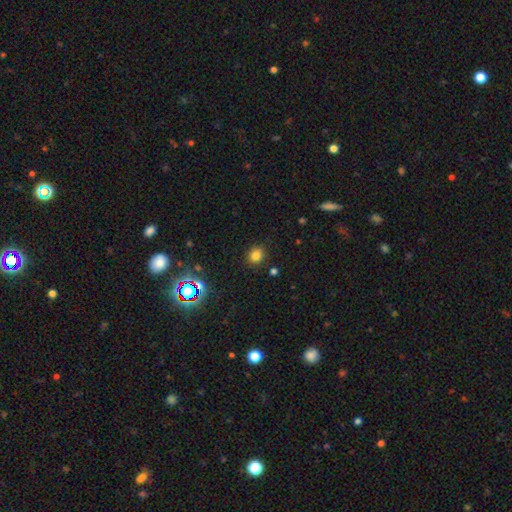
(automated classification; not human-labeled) Smooth or featured? smooth (78%)
How rounded? round (78%)
Merging? none (87%)